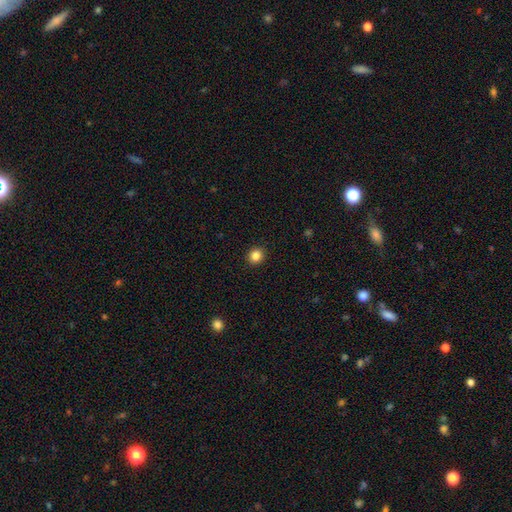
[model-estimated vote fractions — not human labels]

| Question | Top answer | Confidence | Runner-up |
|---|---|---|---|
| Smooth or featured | smooth | 85% | star or artifact (11%) |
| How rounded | round | 88% | in between (11%) |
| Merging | none | 93% | minor disturbance (5%) |